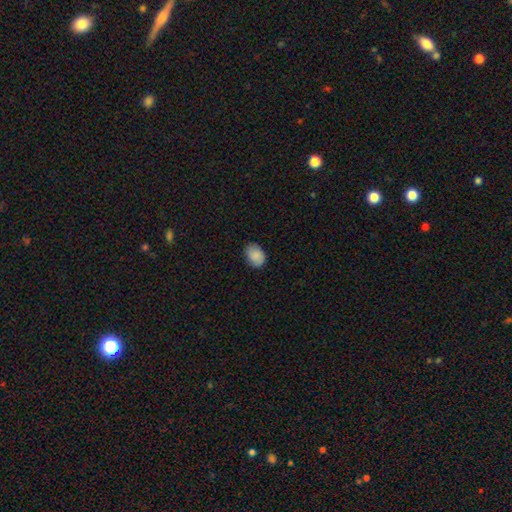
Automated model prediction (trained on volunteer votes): Smooth or featured: smooth — 87% (star or artifact — 7%)
How rounded: in between — 68% (round — 32%)
Merging: none — 81% (minor disturbance — 15%)